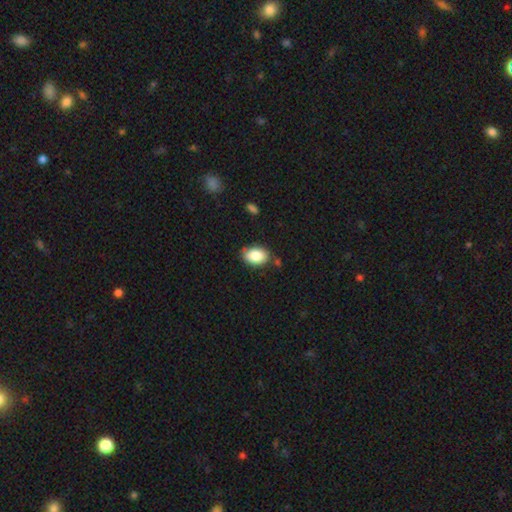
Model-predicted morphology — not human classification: smooth 86%, star or artifact 7%, featured or disk 7%. Down the decision tree: how rounded — in between (86%); merging — none (76%).